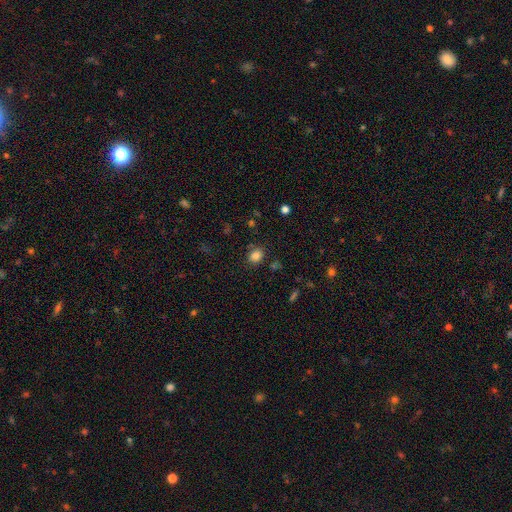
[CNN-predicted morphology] Smooth or featured?
  - smooth: 82% *
  - star or artifact: 12%
  - featured or disk: 6%
How rounded?
  - round: 60% *
  - in between: 39%
  - cigar-shaped: 1%
Merging?
  - none: 81% *
  - minor disturbance: 12%
  - major disturbance: 4%
  - merger: 3%